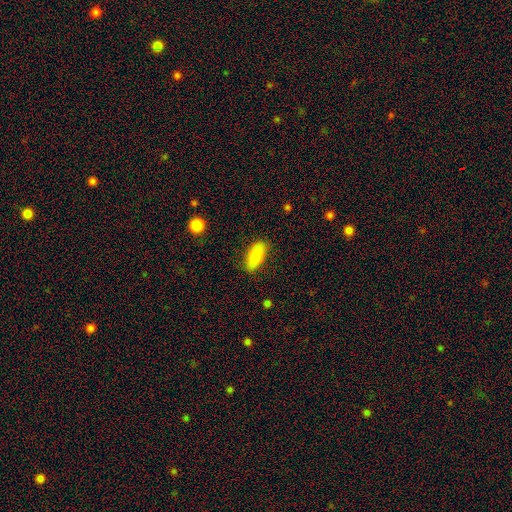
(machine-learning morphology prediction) The model was most divided on "smooth or featured": smooth: 80%, featured or disk: 14%, star or artifact: 6%. More confident: how rounded — in between (83%); merging — none (82%).